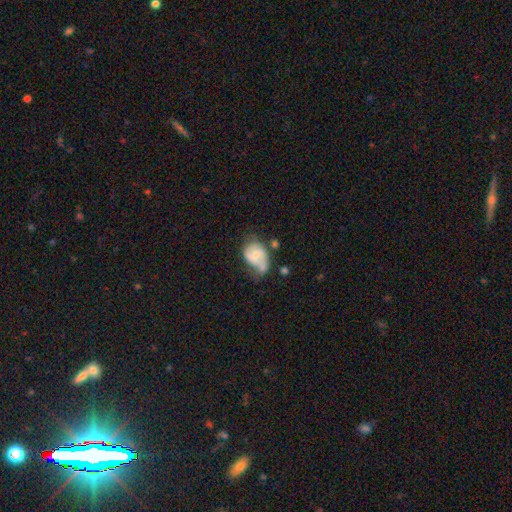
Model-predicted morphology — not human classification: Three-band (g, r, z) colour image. It shows a featured or disk galaxy (46%, tied with smooth). Merging: minor disturbance (35%).